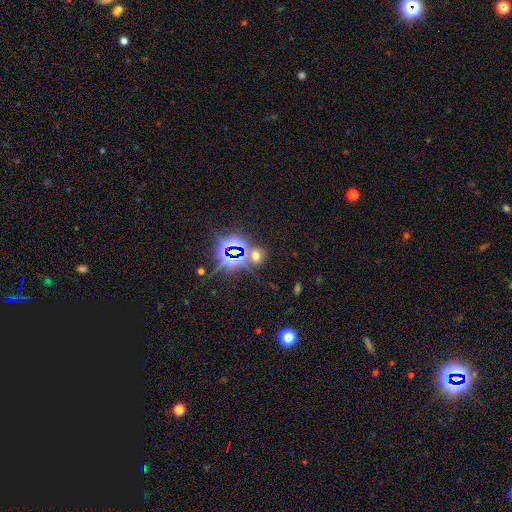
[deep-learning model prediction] Morphology: type=star or artifact (54%).